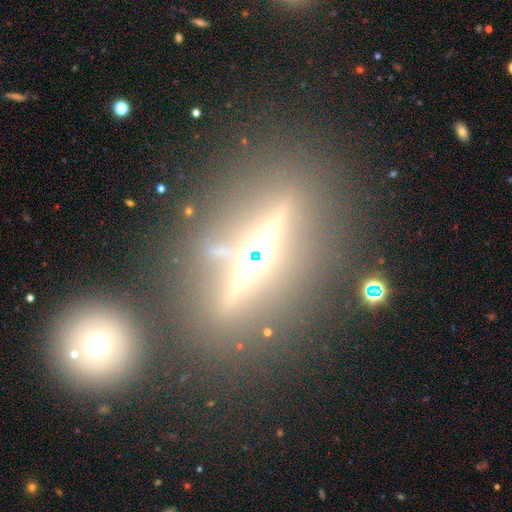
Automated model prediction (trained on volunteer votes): featured or disk 74%, star or artifact 16%, smooth 9%. Down the decision tree: edge-on disk — yes (94%); edge-on bulge — rounded (91%); merging — none (83%).